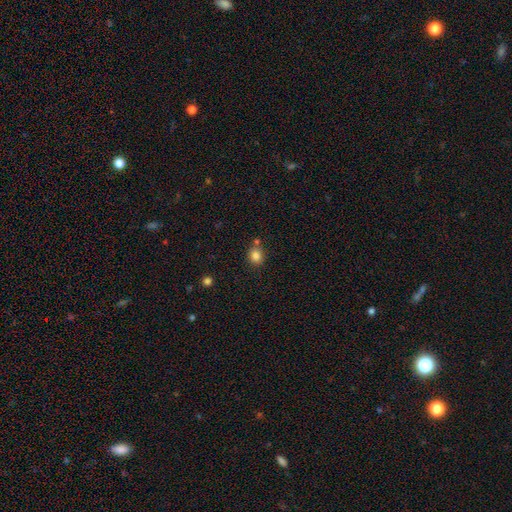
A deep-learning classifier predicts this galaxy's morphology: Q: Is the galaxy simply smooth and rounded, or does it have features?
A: smooth — 83%.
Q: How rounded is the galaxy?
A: round — 75%.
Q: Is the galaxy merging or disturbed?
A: none — 71%.